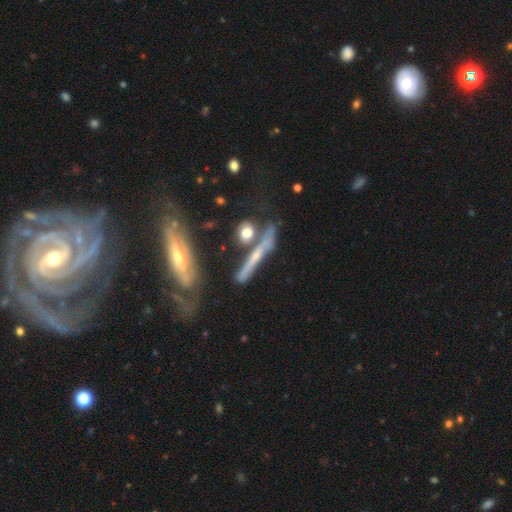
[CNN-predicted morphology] The model was most divided on "edge-on bulge": rounded: 52%, none: 39%, boxy: 9%. More confident: edge-on disk — yes (81%); smooth or featured — featured or disk (64%); merging — none (51%).